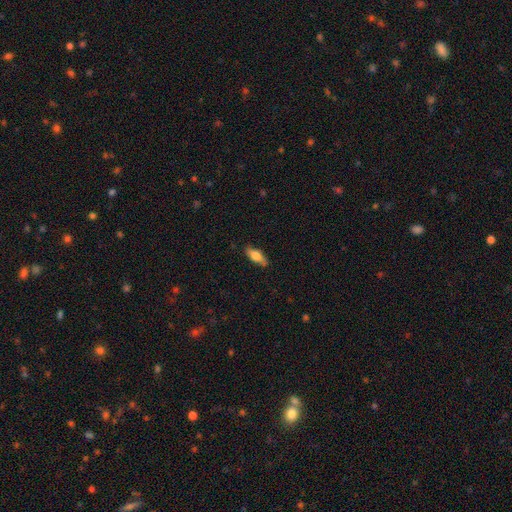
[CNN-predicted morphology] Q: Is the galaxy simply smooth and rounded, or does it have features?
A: smooth — 69%.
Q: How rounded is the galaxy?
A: in between — 68%.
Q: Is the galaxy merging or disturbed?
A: none — 84%.